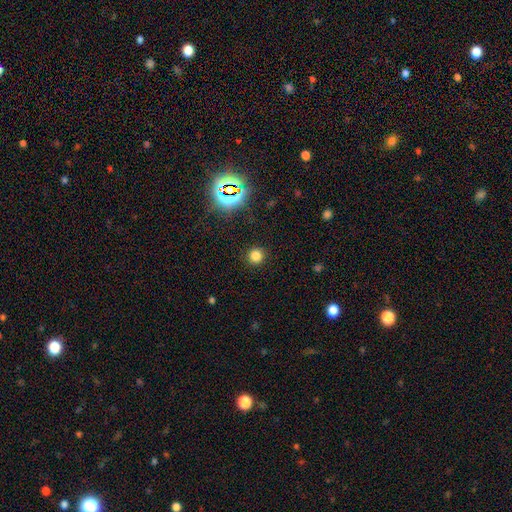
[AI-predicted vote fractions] A smooth galaxy with no disk features (78%) that is round (91%).

Vote fractions:
- Smooth or featured? smooth: 78% / star or artifact: 17% / featured or disk: 4%
- How rounded? round: 91% / in between: 8% / cigar-shaped: 1%
- Merging? none: 90% / minor disturbance: 6% / major disturbance: 3% / merger: 1%